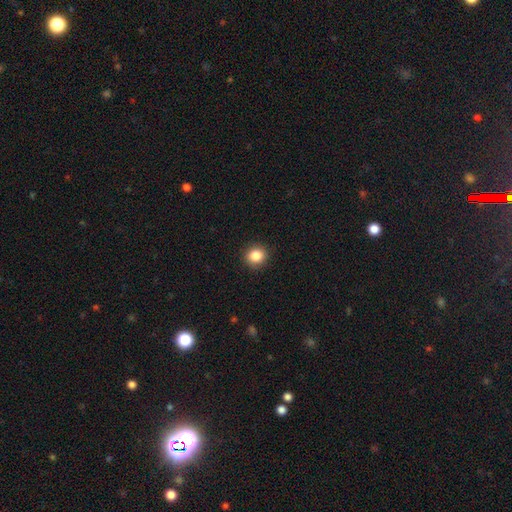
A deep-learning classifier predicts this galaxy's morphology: Smooth or featured? smooth (86%)
How rounded? round (86%)
Merging? none (91%)